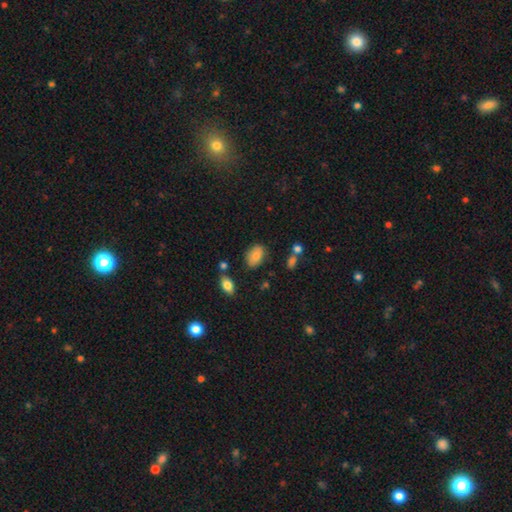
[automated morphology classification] Smooth or featured?
  - smooth: 81% *
  - featured or disk: 11%
  - star or artifact: 8%
How rounded?
  - in between: 89% *
  - round: 10%
  - cigar-shaped: 1%
Merging?
  - none: 78% *
  - minor disturbance: 15%
  - merger: 4%
  - major disturbance: 3%